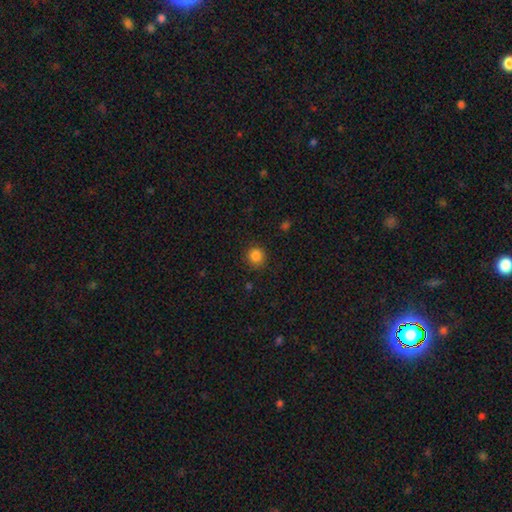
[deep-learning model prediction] A smooth galaxy with no disk features (85%) that is round (91%).

Vote fractions:
- Smooth or featured? smooth: 85% / star or artifact: 11% / featured or disk: 4%
- How rounded? round: 91% / in between: 8% / cigar-shaped: 1%
- Merging? none: 88% / minor disturbance: 8% / major disturbance: 3% / merger: 1%